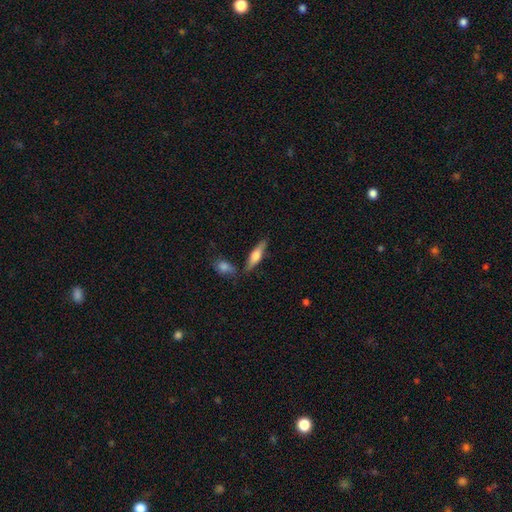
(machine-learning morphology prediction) smooth-or-featured: smooth: 54% | featured or disk: 40% | star or artifact: 6%
  how-rounded: cigar-shaped: 61% | in between: 37% | round: 3%
  merging: none: 75% | minor disturbance: 13% | merger: 9% | major disturbance: 3%